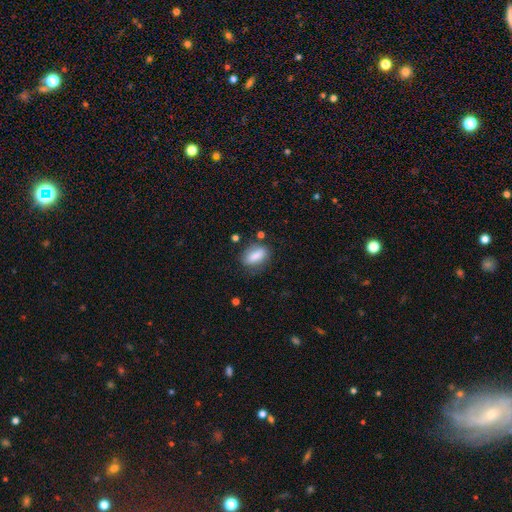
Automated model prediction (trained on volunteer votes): A smooth galaxy with no disk features (80%) that is in between round and cigar-shaped (81%).

Vote fractions:
- Smooth or featured? smooth: 80% / featured or disk: 13% / star or artifact: 8%
- How rounded? in between: 81% / cigar-shaped: 10% / round: 10%
- Merging? none: 71% / minor disturbance: 19% / major disturbance: 6% / merger: 4%